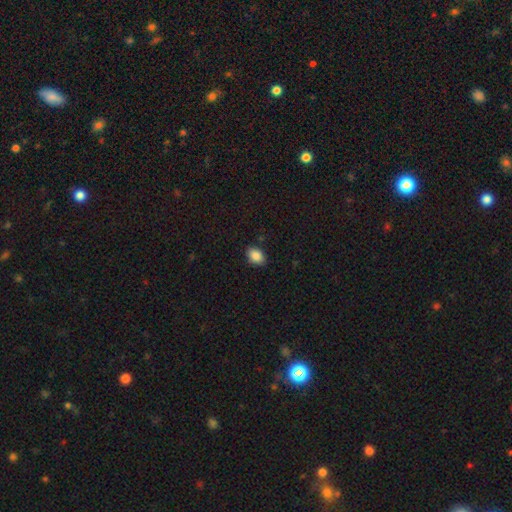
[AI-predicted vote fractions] Q: Smooth or featured?
A: smooth (88%); runner-up: star or artifact (8%)
Q: How rounded?
A: in between (78%); runner-up: round (21%)
Q: Merging?
A: none (87%); runner-up: minor disturbance (10%)